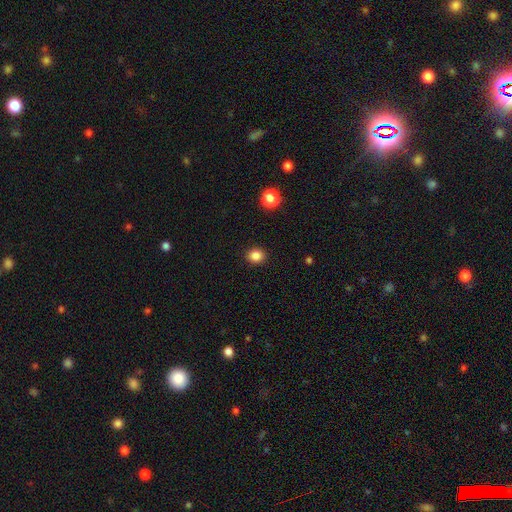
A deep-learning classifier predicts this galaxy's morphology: A smooth galaxy with no disk features (85%) that is round (73%).

Vote fractions:
- Smooth or featured? smooth: 85% / star or artifact: 11% / featured or disk: 3%
- How rounded? round: 73% / in between: 26% / cigar-shaped: 1%
- Merging? none: 91% / minor disturbance: 6% / major disturbance: 2% / merger: 1%